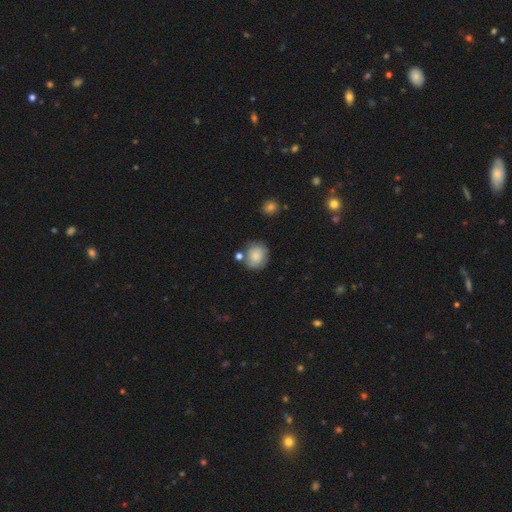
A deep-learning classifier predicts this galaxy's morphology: Q: Smooth or featured?
A: smooth (77%); runner-up: featured or disk (15%)
Q: How rounded?
A: round (78%); runner-up: in between (21%)
Q: Merging?
A: none (66%); runner-up: minor disturbance (18%)